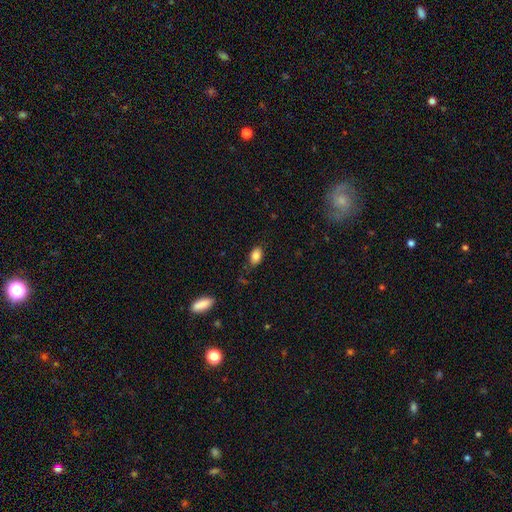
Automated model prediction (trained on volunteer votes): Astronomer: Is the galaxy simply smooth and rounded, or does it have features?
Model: smooth — 85%.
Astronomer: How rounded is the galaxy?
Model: in between — 89%.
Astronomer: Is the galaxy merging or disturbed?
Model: none — 79%.